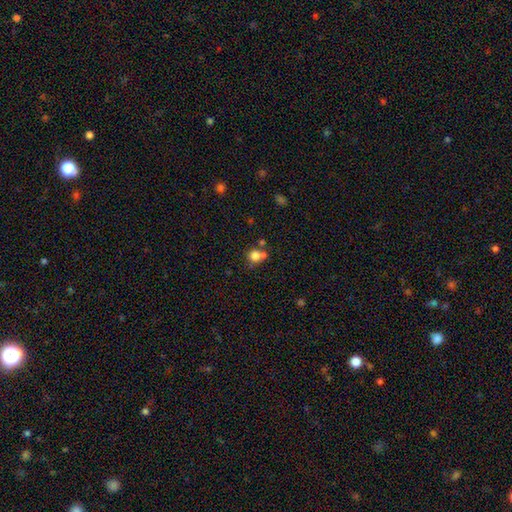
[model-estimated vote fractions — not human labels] This is likely a smooth galaxy (79%). How rounded: clearly round (88%). Merging: possibly none (55%).